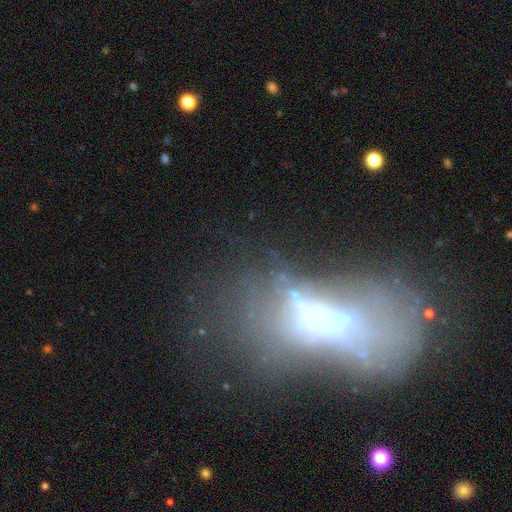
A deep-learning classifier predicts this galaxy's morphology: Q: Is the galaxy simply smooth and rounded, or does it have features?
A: featured or disk — 51%.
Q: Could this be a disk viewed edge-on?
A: no — 85%.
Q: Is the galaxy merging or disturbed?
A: major disturbance — 39%.